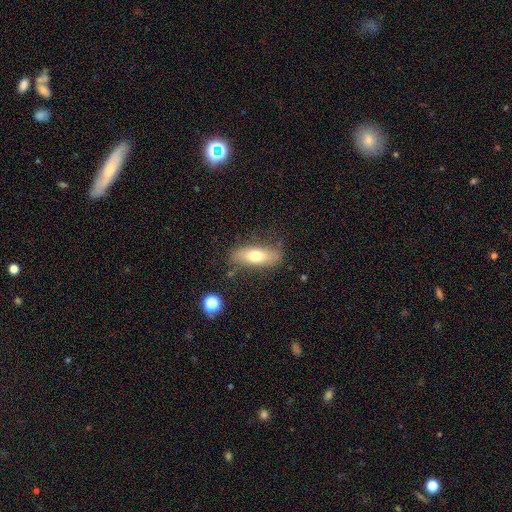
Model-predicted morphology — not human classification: smooth 70%, featured or disk 23%, star or artifact 7%. Down the decision tree: how rounded — in between (68%); merging — none (76%).